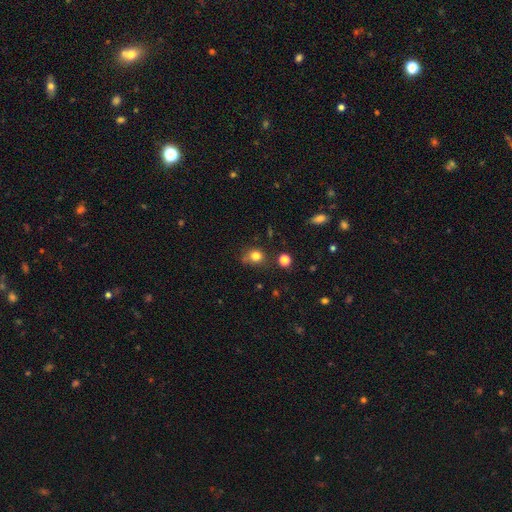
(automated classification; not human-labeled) Q: Smooth or featured?
A: smooth (79%); runner-up: star or artifact (15%)
Q: How rounded?
A: round (75%); runner-up: in between (24%)
Q: Merging?
A: none (65%); runner-up: minor disturbance (22%)